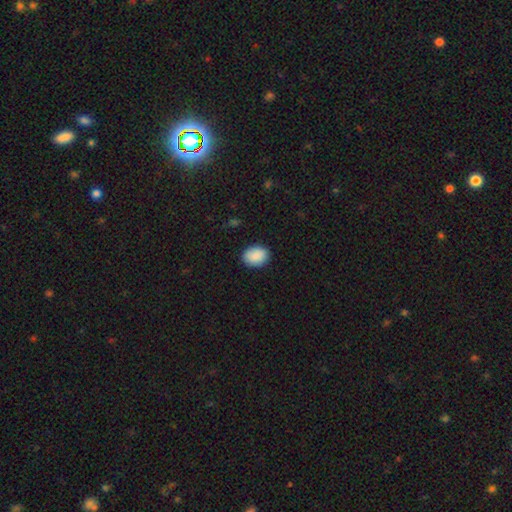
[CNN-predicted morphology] A smooth galaxy with no disk features (90%) that is in between round and cigar-shaped (69%). Merging: none (87%).